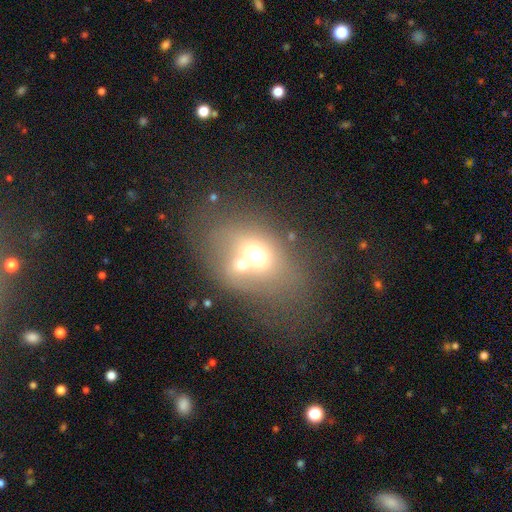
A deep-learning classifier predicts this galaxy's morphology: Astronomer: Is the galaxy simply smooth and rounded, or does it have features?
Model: smooth — 57%.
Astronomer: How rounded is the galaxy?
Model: in between — 55% (runner-up: round, 43%).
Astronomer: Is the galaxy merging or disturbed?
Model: merger — 53%.